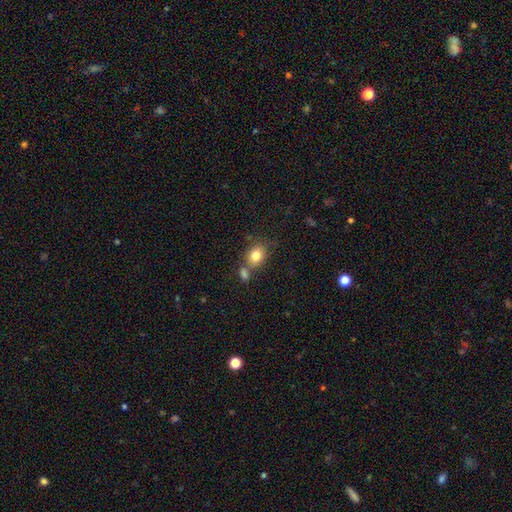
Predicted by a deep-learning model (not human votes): The model was most divided on "how rounded": in between: 50%, round: 49%, cigar-shaped: 1%. More confident: smooth or featured — smooth (80%); merging — none (58%).